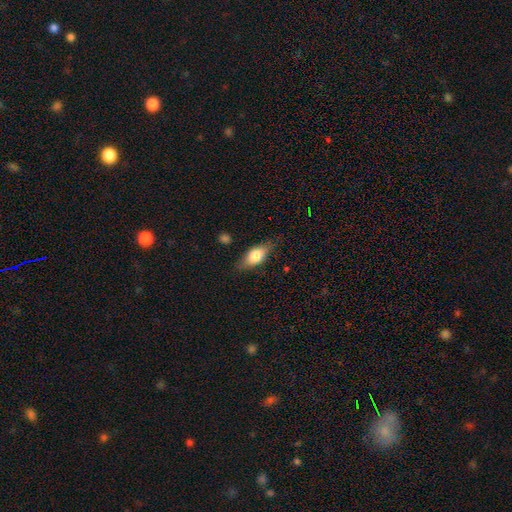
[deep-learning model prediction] A smooth galaxy with no disk features (70%) that is in between round and cigar-shaped (81%). Merging: none (76%).